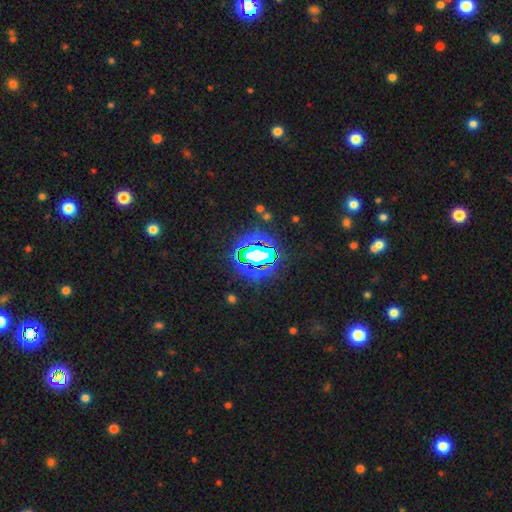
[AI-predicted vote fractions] A star or artifact, not a galaxy (74%).